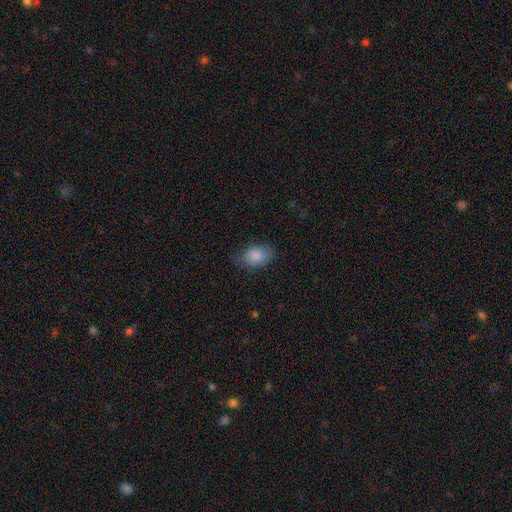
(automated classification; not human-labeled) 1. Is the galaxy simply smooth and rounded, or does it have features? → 86% smooth, 7% star or artifact, 7% featured or disk.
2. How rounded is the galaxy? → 81% in between, 17% round, 1% cigar-shaped.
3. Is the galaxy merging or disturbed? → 75% none, 19% minor disturbance, 5% major disturbance, 1% merger.